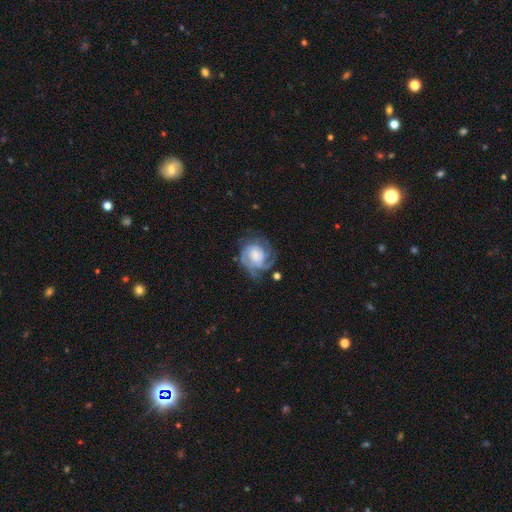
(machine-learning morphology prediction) Smooth or featured?
  - featured or disk: 80% *
  - smooth: 14%
  - star or artifact: 7%
Edge-on disk?
  - no: 98% *
  - yes: 2%
Bar?
  - no: 65% *
  - weak: 28%
  - strong: 6%
Spiral arms?
  - yes: 94% *
  - no: 6%
Spiral winding?
  - tight: 57% *
  - medium: 34%
  - loose: 9%
Spiral arm count?
  - 3: 31% *
  - 2: 26%
  - can't tell: 24%
  - 4: 8%
  - 1: 7%
  - more than 4: 5%
Bulge size?
  - moderate: 29% *
  - large: 28%
  - small: 25%
  - none: 14%
  - dominant: 4%
Merging?
  - none: 62% *
  - minor disturbance: 21%
  - major disturbance: 15%
  - merger: 2%